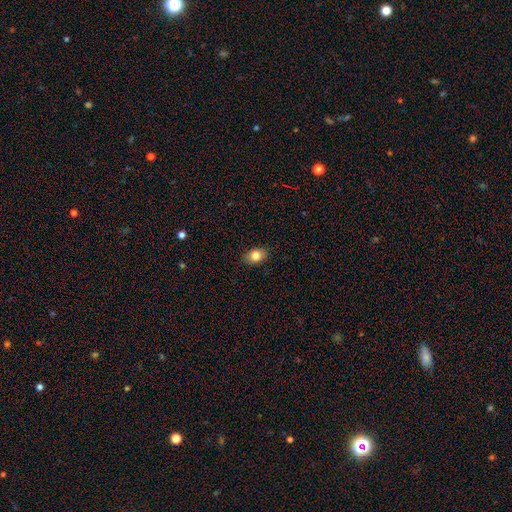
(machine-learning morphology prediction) The model was most divided on "how rounded": in between: 75%, round: 24%, cigar-shaped: 1%. More confident: merging — none (89%); smooth or featured — smooth (83%).